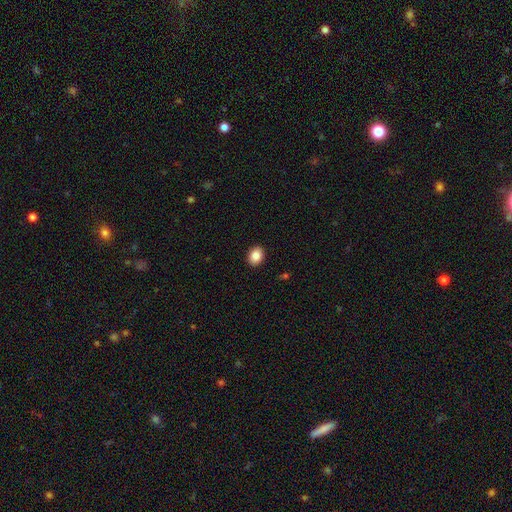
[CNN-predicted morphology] smooth-or-featured: smooth: 86% | star or artifact: 8% | featured or disk: 6%
  how-rounded: in between: 62% | round: 38% | cigar-shaped: 1%
  merging: none: 91% | minor disturbance: 6% | major disturbance: 2% | merger: 1%